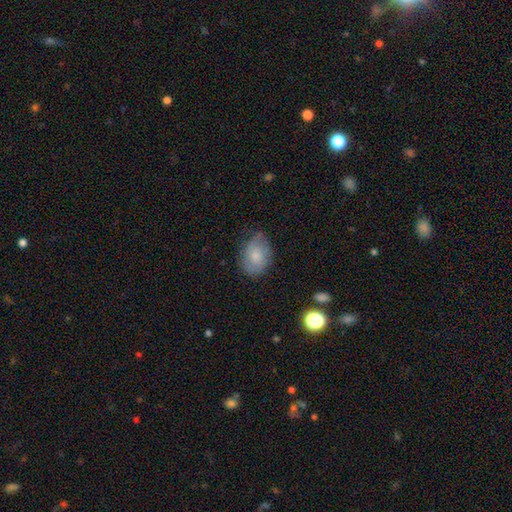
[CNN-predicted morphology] A smooth galaxy with no disk features (73%) that is in between round and cigar-shaped (75%).

Vote fractions:
- Smooth or featured? smooth: 73% / featured or disk: 19% / star or artifact: 8%
- How rounded? in between: 75% / round: 24% / cigar-shaped: 1%
- Merging? none: 64% / minor disturbance: 28% / major disturbance: 7% / merger: 1%